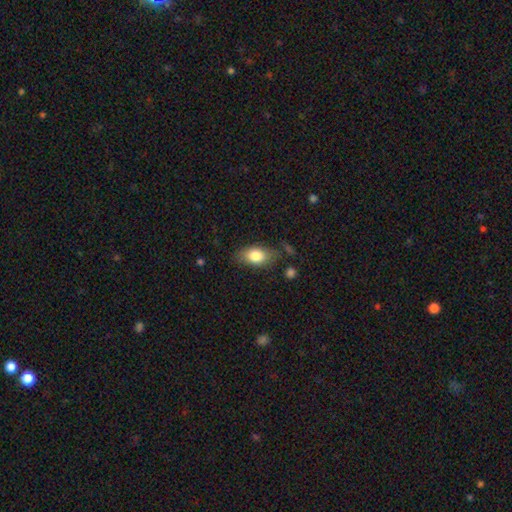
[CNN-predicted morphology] smooth-or-featured: smooth: 80% | featured or disk: 13% | star or artifact: 7%
  how-rounded: in between: 87% | round: 8% | cigar-shaped: 4%
  merging: none: 76% | minor disturbance: 17% | major disturbance: 5% | merger: 3%